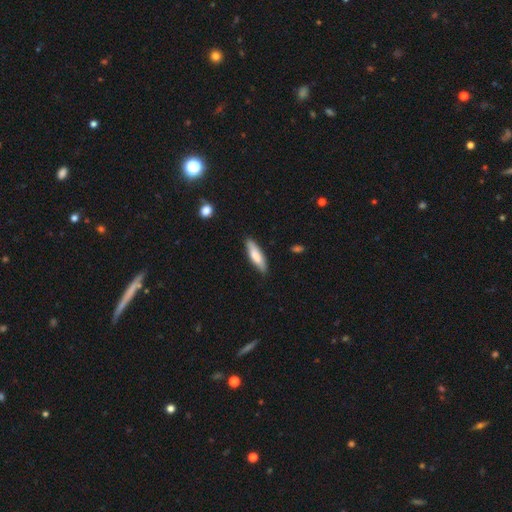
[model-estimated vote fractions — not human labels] smooth_or_featured: smooth (p=0.77) [alt: featured or disk p=0.18]
how_rounded: cigar-shaped (p=0.65) [alt: in between p=0.33]
merging: none (p=0.84) [alt: minor disturbance p=0.12]